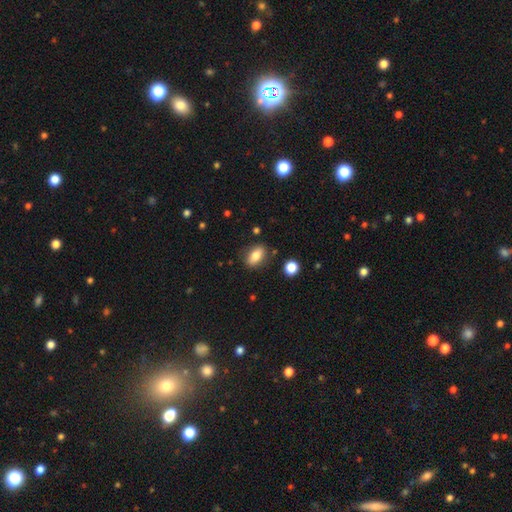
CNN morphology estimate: A smooth galaxy with no disk features (81%) that is in between round and cigar-shaped (85%).

Vote fractions:
- Smooth or featured? smooth: 81% / featured or disk: 10% / star or artifact: 8%
- How rounded? in between: 85% / round: 10% / cigar-shaped: 5%
- Merging? none: 82% / minor disturbance: 12% / major disturbance: 3% / merger: 3%